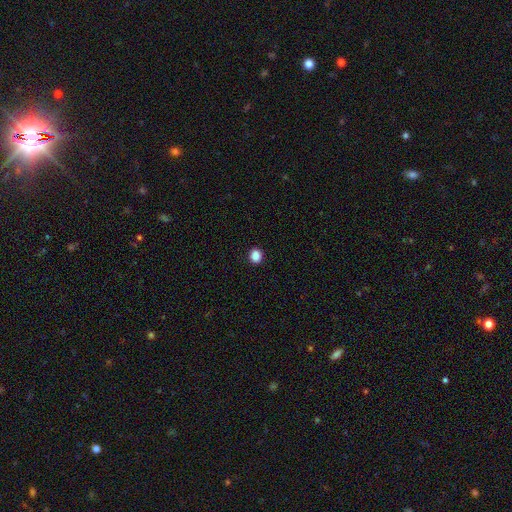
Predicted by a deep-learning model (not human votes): Overall: smooth (88%). How rounded: round (71%). Merging: none (92%).